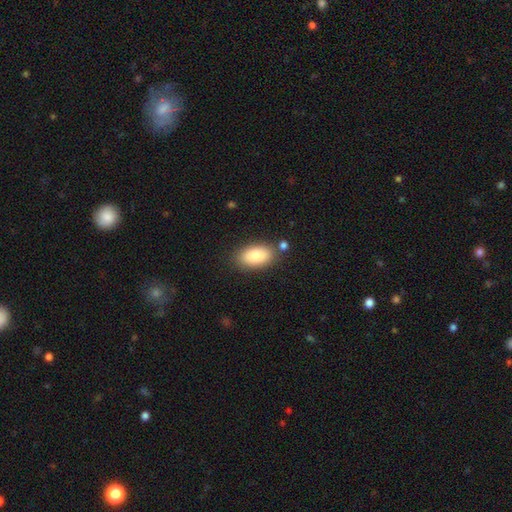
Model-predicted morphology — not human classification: Overall: smooth (84%). How rounded: in between (93%). Merging: none (79%).